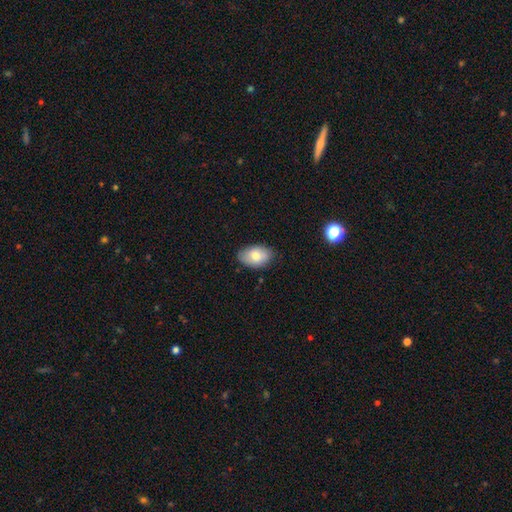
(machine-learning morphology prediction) Smooth or featured? smooth (75%)
How rounded? in between (90%)
Merging? none (81%)